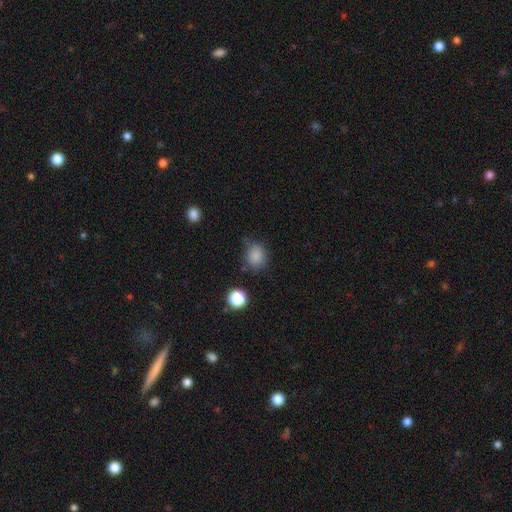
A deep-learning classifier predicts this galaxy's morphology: Q: Smooth or featured?
A: smooth (83%); runner-up: star or artifact (12%)
Q: How rounded?
A: round (65%); runner-up: in between (34%)
Q: Merging?
A: none (68%); runner-up: minor disturbance (21%)